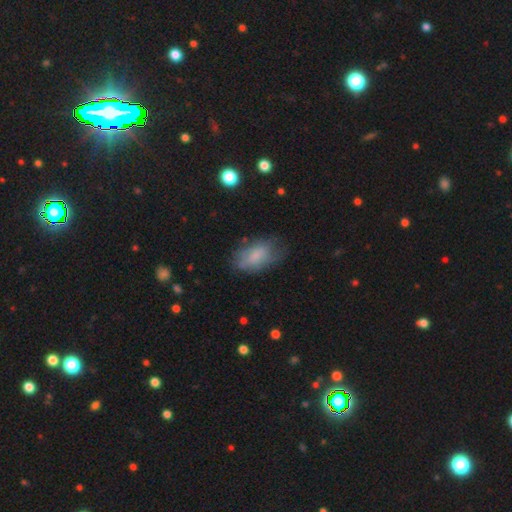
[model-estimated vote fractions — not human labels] smooth-or-featured: smooth: 72% | featured or disk: 20% | star or artifact: 8%
  how-rounded: in between: 92% | round: 5% | cigar-shaped: 3%
  merging: none: 61% | minor disturbance: 26% | major disturbance: 11% | merger: 2%